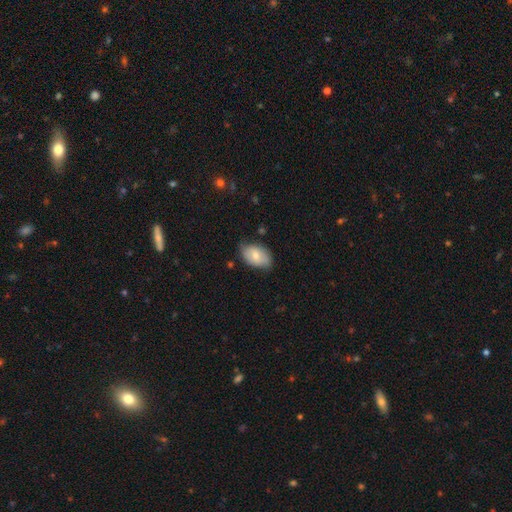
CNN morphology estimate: Smooth or featured? Predicted: smooth (p=0.71). How rounded? Predicted: in between (p=0.88). Merging? Predicted: none (p=0.66).